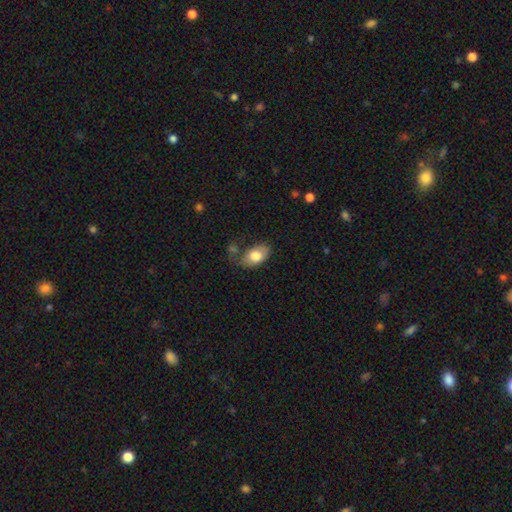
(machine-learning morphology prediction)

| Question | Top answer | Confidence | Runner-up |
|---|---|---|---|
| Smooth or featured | smooth | 76% | featured or disk (18%) |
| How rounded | in between | 90% | round (9%) |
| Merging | none | 45% | minor disturbance (28%) |